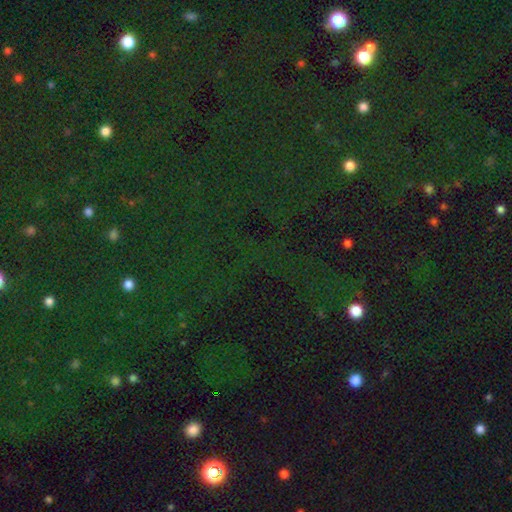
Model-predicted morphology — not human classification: star or artifact 80%, smooth 12%, featured or disk 7%.